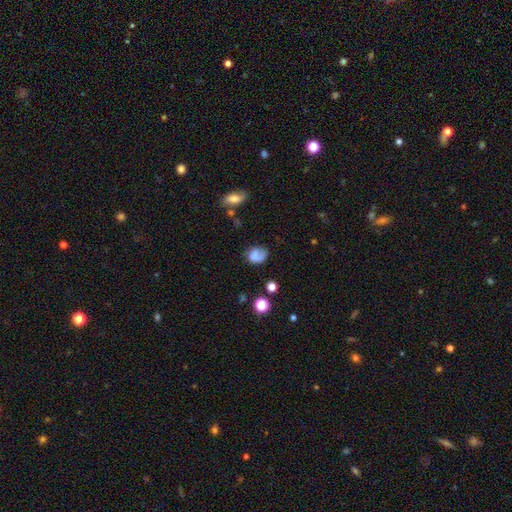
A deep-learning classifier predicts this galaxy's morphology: smooth 64%, featured or disk 25%, star or artifact 11%. Down the decision tree: how rounded — in between (53%); merging — none (51%).